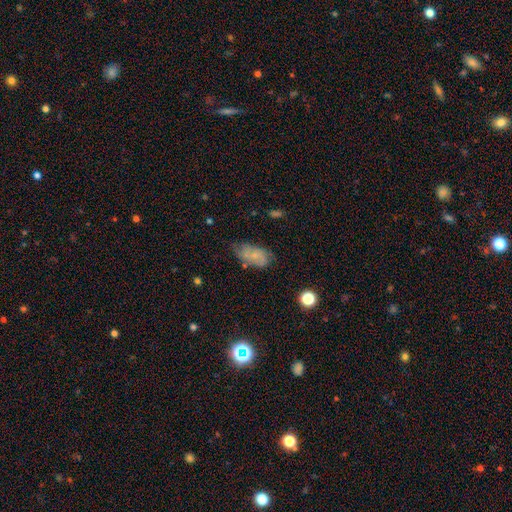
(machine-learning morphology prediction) Overall: smooth (59%; featured or disk 33%). How rounded: in between (91%). Merging: none (52%; minor disturbance 32%).